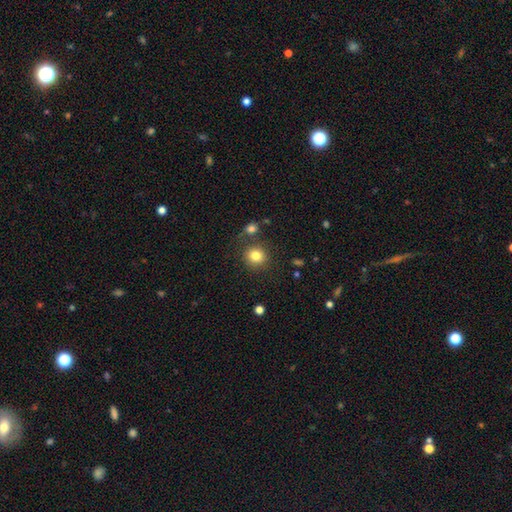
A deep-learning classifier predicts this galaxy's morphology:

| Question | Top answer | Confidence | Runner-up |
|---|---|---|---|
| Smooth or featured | smooth | 82% | star or artifact (11%) |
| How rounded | round | 89% | in between (10%) |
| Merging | none | 79% | minor disturbance (9%) |